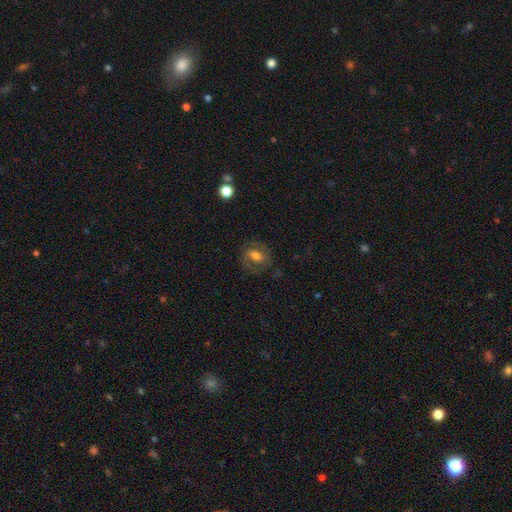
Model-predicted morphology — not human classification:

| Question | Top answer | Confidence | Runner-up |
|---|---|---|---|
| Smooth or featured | featured or disk | 55% | smooth (36%) |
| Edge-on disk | no | 95% | yes (5%) |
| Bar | weak | 42% | no (33%) |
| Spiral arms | yes | 73% | no (27%) |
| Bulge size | moderate | 61% | large (19%) |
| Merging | none | 73% | minor disturbance (16%) |